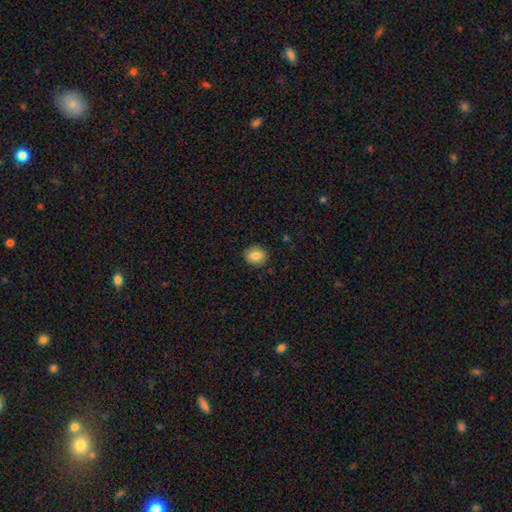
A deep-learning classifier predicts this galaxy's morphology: smooth_or_featured: smooth (p=0.81) [alt: featured or disk p=0.11]
how_rounded: round (p=0.74) [alt: in between p=0.25]
merging: none (p=0.89) [alt: minor disturbance p=0.08]